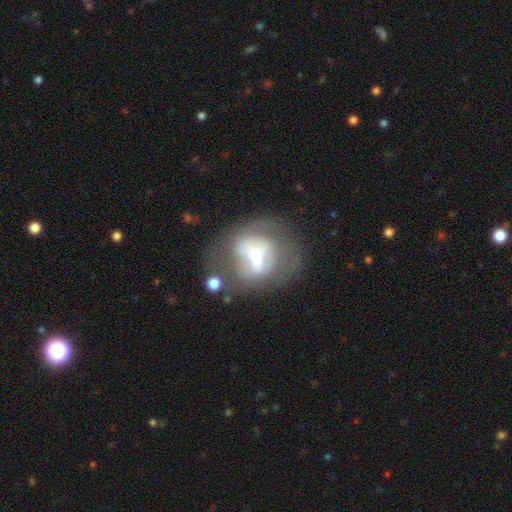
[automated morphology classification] The model was most divided on "bar": no: 35%, weak: 34%, strong: 31%. Remaining: edge-on disk — no (93%); spiral arms — no (62%); smooth or featured — featured or disk (60%); bulge size — moderate (44%); merging — none (41%).